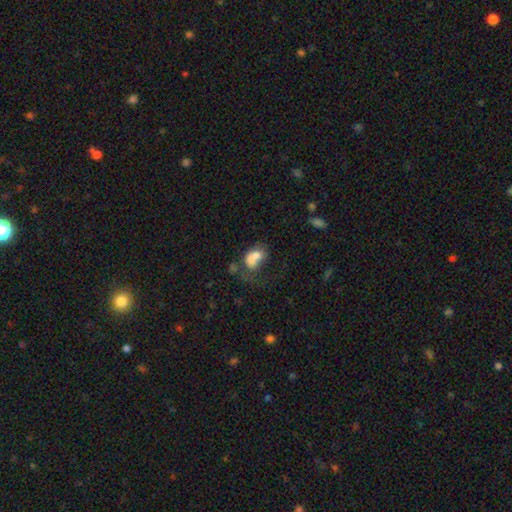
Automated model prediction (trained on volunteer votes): A smooth galaxy with no disk features (70%) that is in between round and cigar-shaped (77%).

Vote fractions:
- Smooth or featured? smooth: 70% / featured or disk: 19% / star or artifact: 11%
- How rounded? in between: 77% / round: 21% / cigar-shaped: 2%
- Merging? merger: 34% / major disturbance: 26% / none: 22% / minor disturbance: 18%